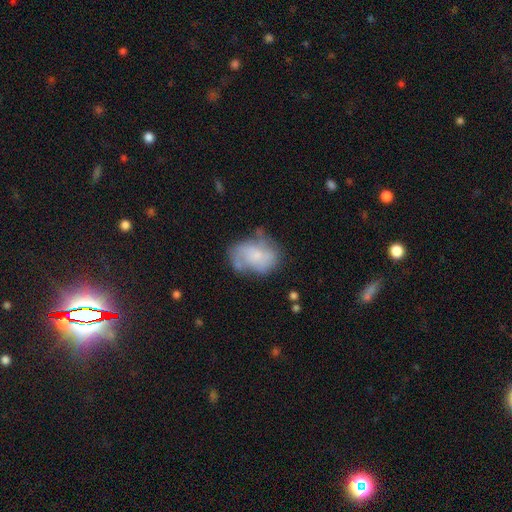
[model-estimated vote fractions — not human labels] Smooth or featured: featured or disk — 46% (smooth — 45%)
Merging: none — 47% (minor disturbance — 29%)